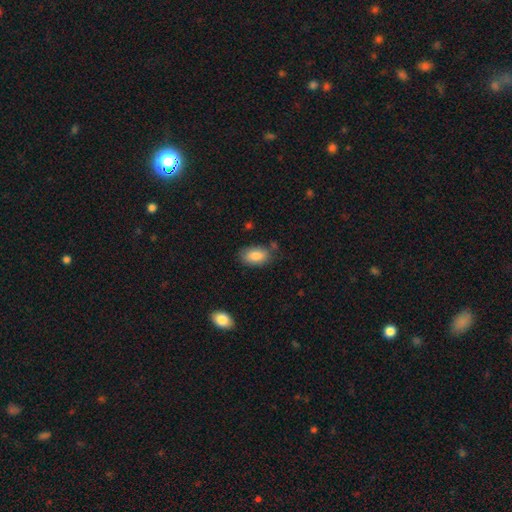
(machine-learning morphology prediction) smooth_or_featured: smooth (p=0.85) [alt: featured or disk p=0.08]
how_rounded: in between (p=0.92) [alt: round p=0.06]
merging: none (p=0.74) [alt: minor disturbance p=0.17]